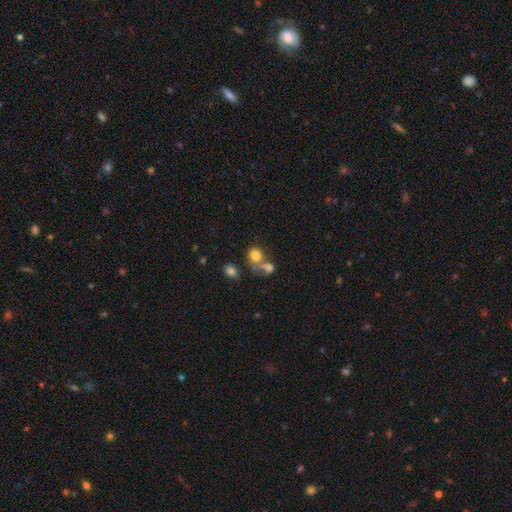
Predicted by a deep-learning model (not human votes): smooth 78%, star or artifact 12%, featured or disk 10%. Down the decision tree: how rounded — round (65%); merging — merger (43%).